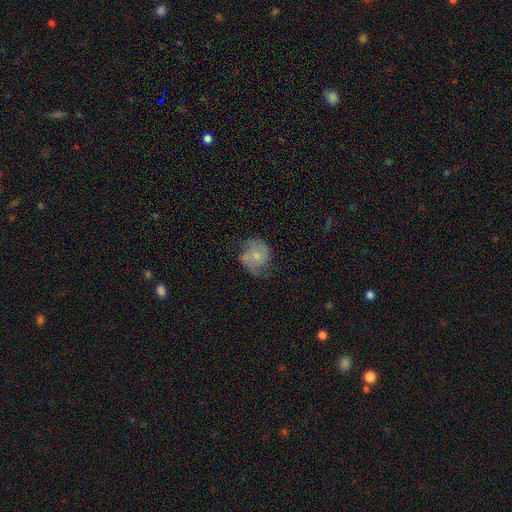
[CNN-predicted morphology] Overall: smooth (53%; featured or disk 39%). How rounded: round (74%). Merging: none (54%; minor disturbance 29%).